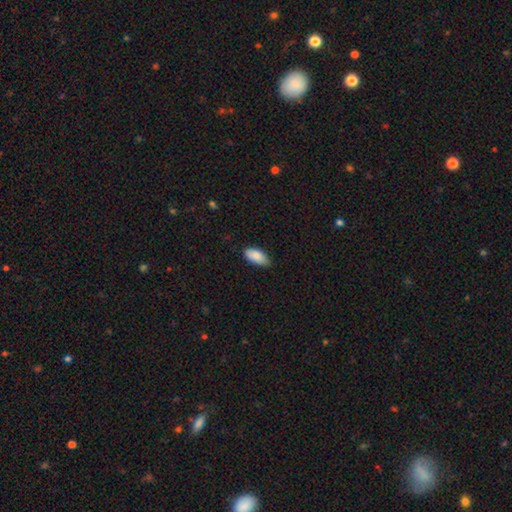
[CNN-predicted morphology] Overall: smooth (87%). How rounded: in between (92%). Merging: none (70%).